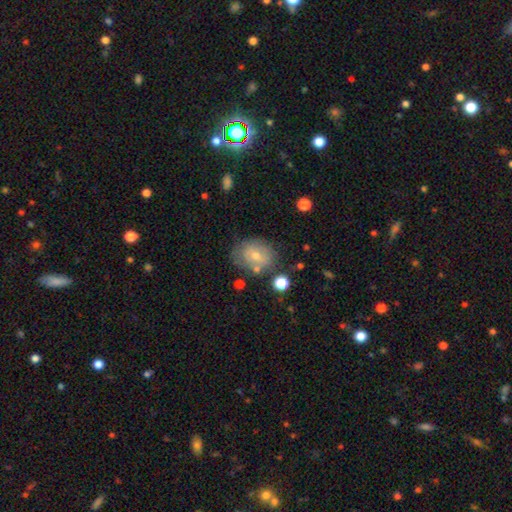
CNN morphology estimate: Overall: smooth (49%; featured or disk 39%). Merging: none (67%).